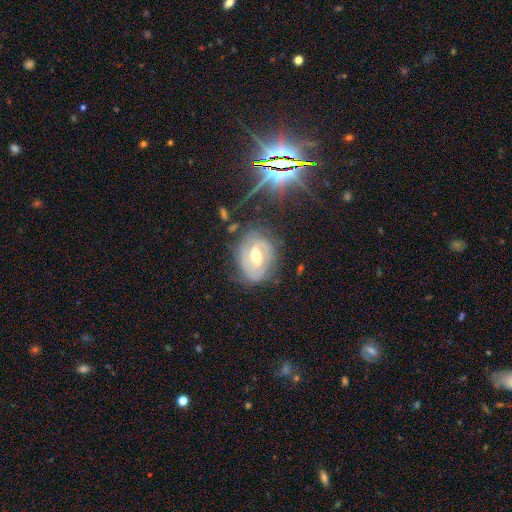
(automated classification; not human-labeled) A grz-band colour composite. It shows a featured or disk galaxy (79%) with a weak bar (44%), 2 (63%) tight (54%) spiral arms (88%) and a moderate central bulge (71%). Merging: none (71%).